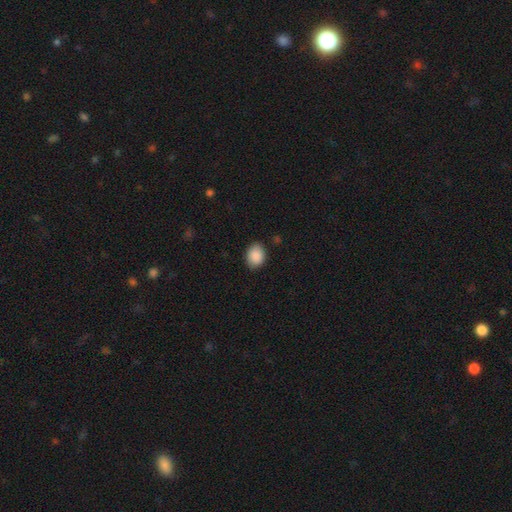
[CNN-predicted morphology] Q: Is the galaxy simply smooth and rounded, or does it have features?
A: smooth — 90%.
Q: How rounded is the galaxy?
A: in between — 59%.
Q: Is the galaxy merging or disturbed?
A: none — 85%.